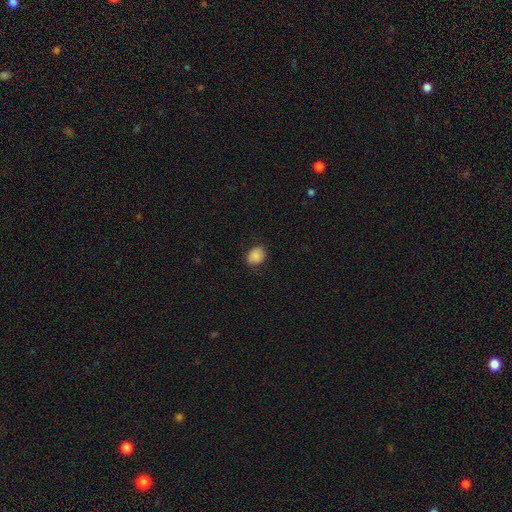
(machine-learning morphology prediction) Smooth or featured? Predicted: smooth (p=0.87). How rounded? Predicted: in between (p=0.53). Merging? Predicted: none (p=0.83).